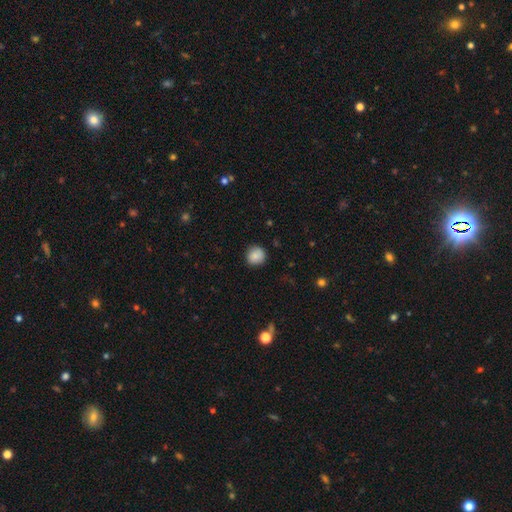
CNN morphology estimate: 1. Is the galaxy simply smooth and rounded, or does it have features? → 86% smooth, 9% star or artifact, 5% featured or disk.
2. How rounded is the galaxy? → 91% round, 9% in between, 1% cigar-shaped.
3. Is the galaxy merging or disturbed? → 86% none, 11% minor disturbance, 2% major disturbance, 1% merger.